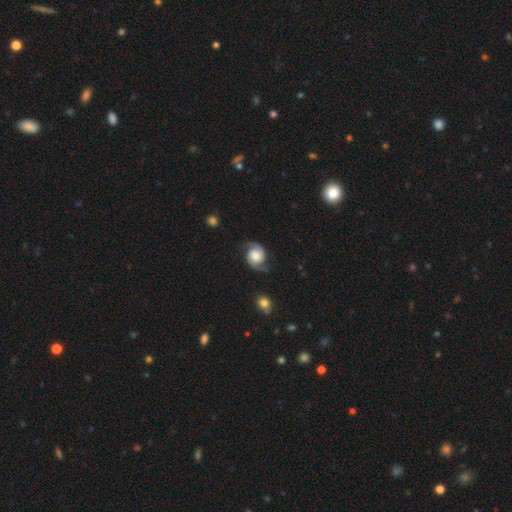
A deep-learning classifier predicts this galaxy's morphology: Smooth or featured?
  - featured or disk: 84% *
  - smooth: 11%
  - star or artifact: 6%
Edge-on disk?
  - no: 98% *
  - yes: 2%
Bar?
  - no: 71% *
  - weak: 24%
  - strong: 5%
Spiral arms?
  - yes: 97% *
  - no: 3%
Spiral winding?
  - medium: 49% *
  - loose: 26%
  - tight: 26%
Spiral arm count?
  - 2: 93% *
  - can't tell: 2%
  - 1: 2%
  - 3: 1%
  - 4: 1%
  - more than 4: 1%
Bulge size?
  - moderate: 51% *
  - large: 26%
  - small: 15%
  - dominant: 4%
  - none: 4%
Merging?
  - none: 75% *
  - minor disturbance: 17%
  - major disturbance: 6%
  - merger: 2%